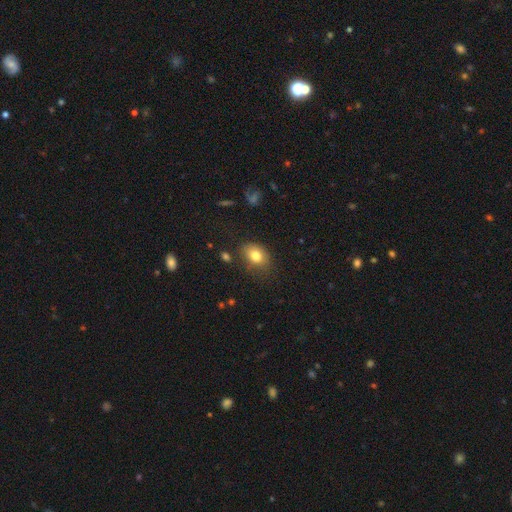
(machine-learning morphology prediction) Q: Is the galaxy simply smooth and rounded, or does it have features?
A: smooth — 79%.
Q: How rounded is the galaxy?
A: in between — 69%.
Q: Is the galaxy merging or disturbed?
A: none — 71%.